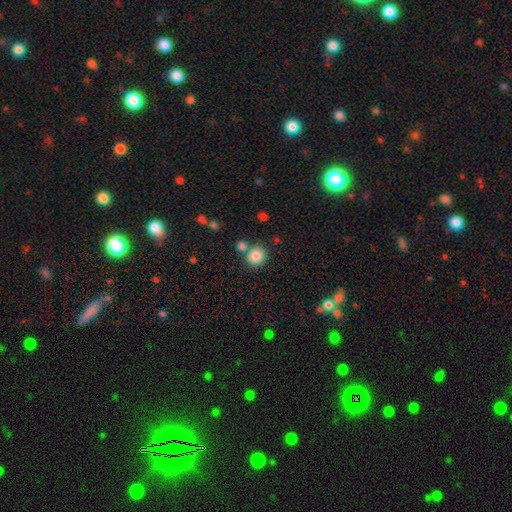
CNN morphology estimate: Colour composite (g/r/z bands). It shows a smooth galaxy with no disk features (84%) that is round (88%). Merging: none (72%).